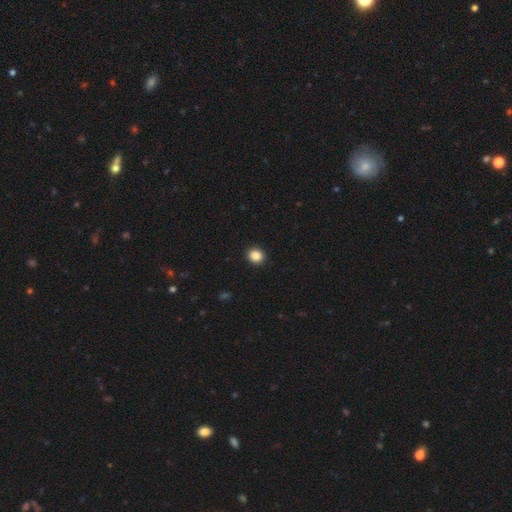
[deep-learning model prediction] Smooth or featured? Predicted: smooth (p=0.88). How rounded? Predicted: round (p=0.79). Merging? Predicted: none (p=0.92).